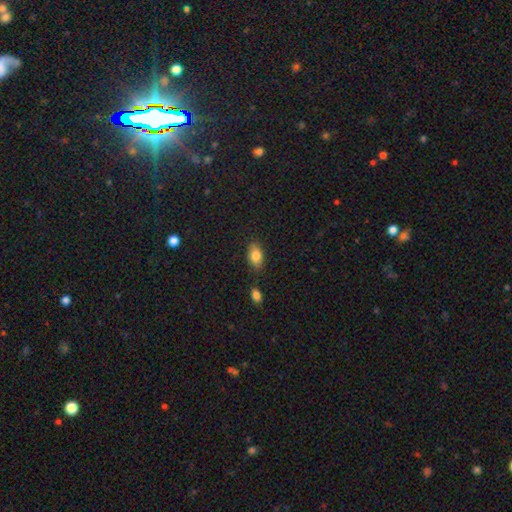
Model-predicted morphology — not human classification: Smooth or featured? Predicted: smooth (p=0.83). How rounded? Predicted: in between (p=0.87). Merging? Predicted: none (p=0.79).